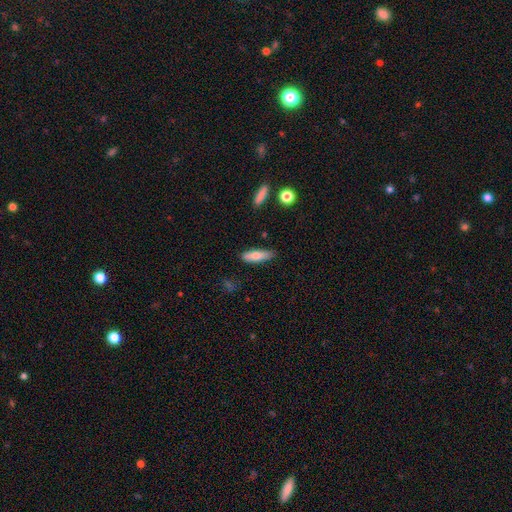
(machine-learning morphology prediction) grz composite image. It shows a smooth galaxy with no disk features (79%) that is cigar-shaped (61%). Merging: none (82%).